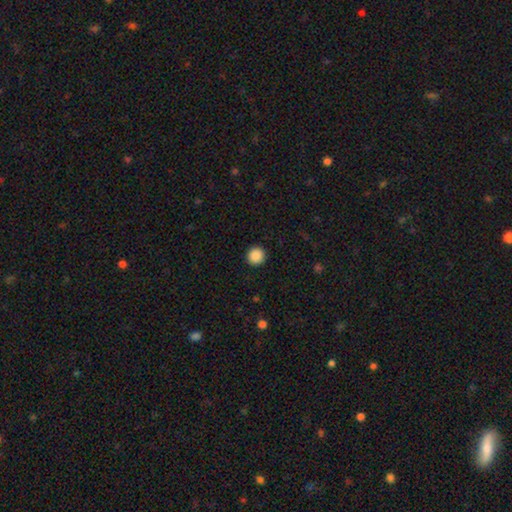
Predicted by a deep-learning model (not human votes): This is clearly a smooth galaxy (89%). How rounded: clearly round (95%). Merging: clearly none (93%).